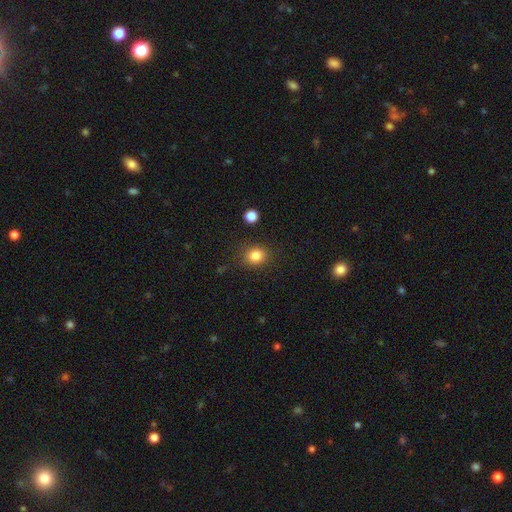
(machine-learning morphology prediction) Q: Smooth or featured?
A: smooth (84%); runner-up: star or artifact (11%)
Q: How rounded?
A: round (71%); runner-up: in between (28%)
Q: Merging?
A: none (84%); runner-up: minor disturbance (10%)